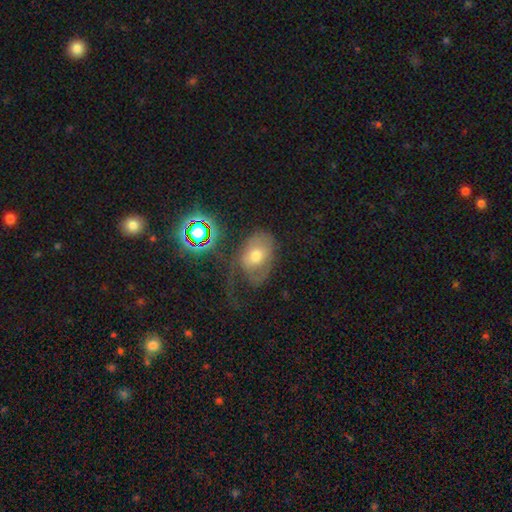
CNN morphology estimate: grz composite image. It shows a smooth galaxy with no disk features (45%). Merging: major disturbance (39%).